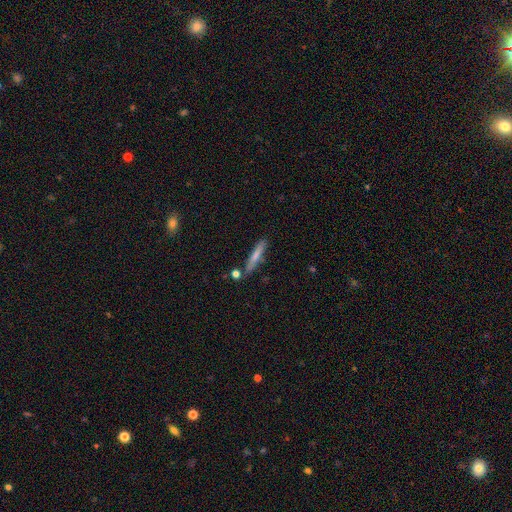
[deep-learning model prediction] Smooth or featured? Predicted: smooth (p=0.69). How rounded? Predicted: cigar-shaped (p=0.92). Merging? Predicted: none (p=0.77).